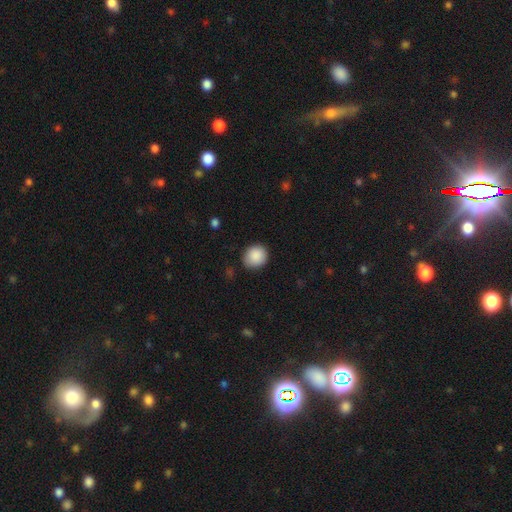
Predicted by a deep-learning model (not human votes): The model was most divided on "how rounded": round: 79%, in between: 20%, cigar-shaped: 1%. More confident: smooth or featured — smooth (89%); merging — none (84%).